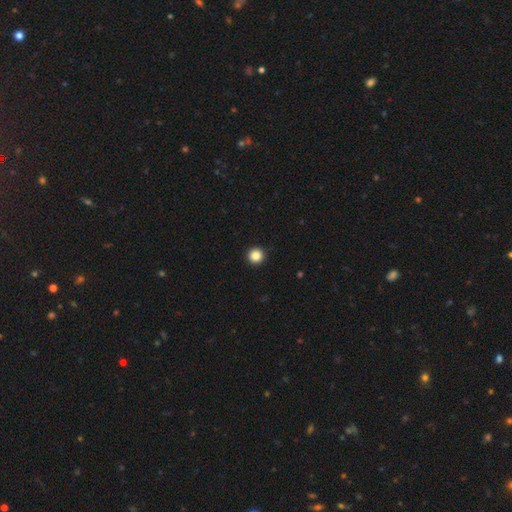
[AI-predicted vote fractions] This is clearly a smooth galaxy (86%). How rounded: clearly round (96%). Merging: clearly none (94%).